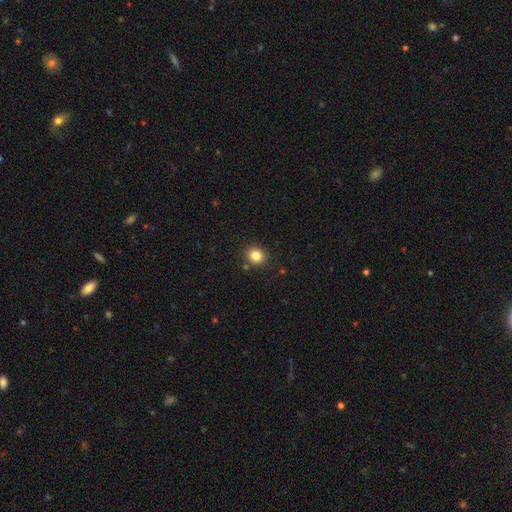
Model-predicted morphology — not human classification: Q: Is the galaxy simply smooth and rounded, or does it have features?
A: smooth — 83%.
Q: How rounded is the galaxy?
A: round — 79%.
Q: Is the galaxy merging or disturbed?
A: none — 86%.